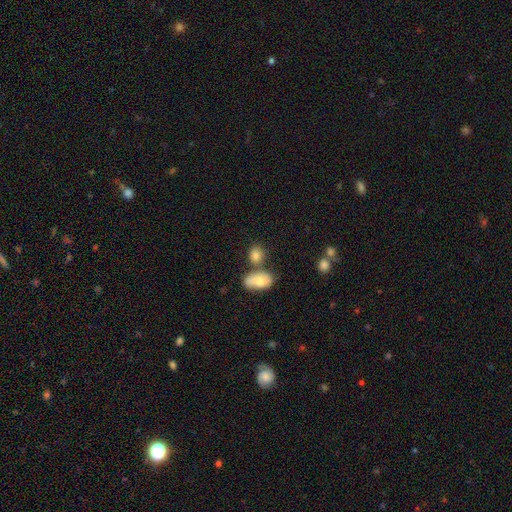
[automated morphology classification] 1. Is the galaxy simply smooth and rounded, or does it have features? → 81% smooth, 10% featured or disk, 9% star or artifact.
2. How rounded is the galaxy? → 56% in between, 42% round, 2% cigar-shaped.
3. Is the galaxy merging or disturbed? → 57% none, 26% merger, 13% minor disturbance, 4% major disturbance.